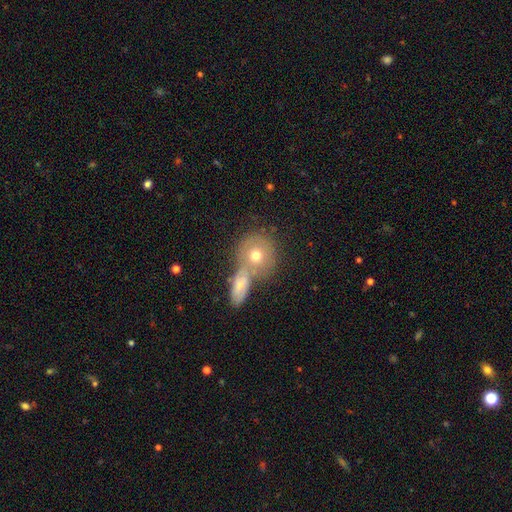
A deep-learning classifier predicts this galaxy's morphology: Q: Smooth or featured?
A: smooth (63%); runner-up: featured or disk (28%)
Q: How rounded?
A: round (83%); runner-up: in between (15%)
Q: Merging?
A: merger (44%); runner-up: none (42%)